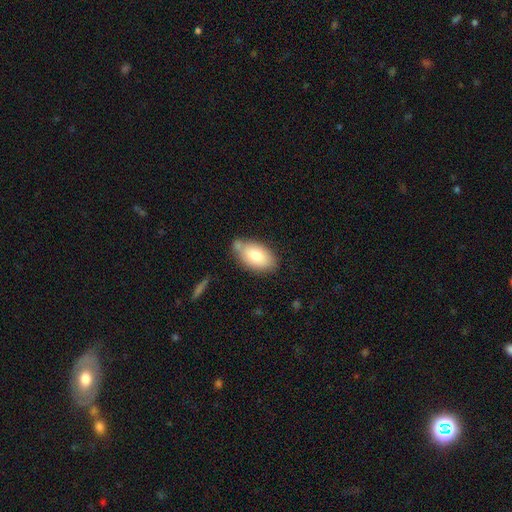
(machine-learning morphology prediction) Overall: smooth (77%). How rounded: in between (93%). Merging: none (62%).